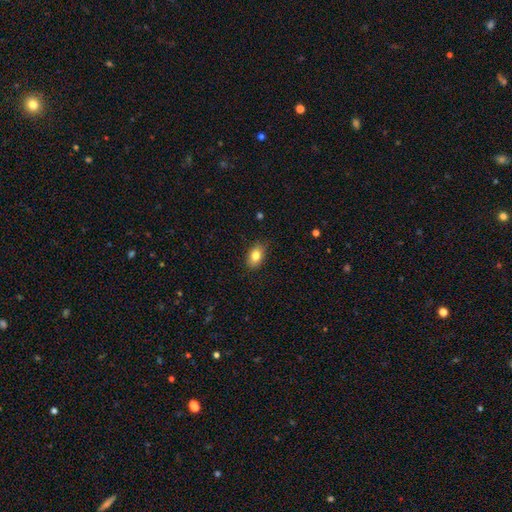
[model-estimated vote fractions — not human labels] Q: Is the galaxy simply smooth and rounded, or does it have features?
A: smooth — 81%.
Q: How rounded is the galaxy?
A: in between — 82%.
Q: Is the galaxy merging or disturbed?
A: none — 83%.